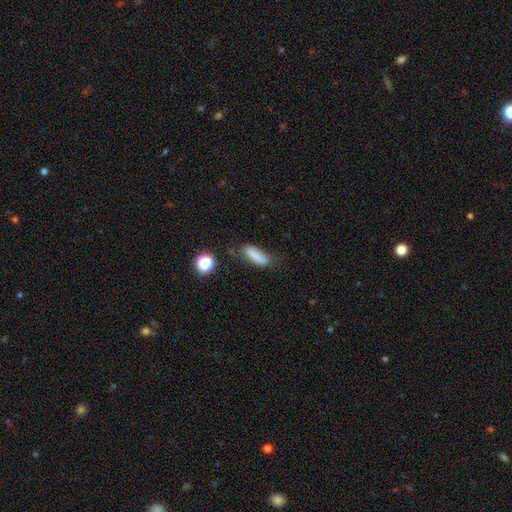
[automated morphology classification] Q: Smooth or featured?
A: smooth (76%); runner-up: featured or disk (14%)
Q: How rounded?
A: cigar-shaped (60%); runner-up: in between (37%)
Q: Merging?
A: none (57%); runner-up: minor disturbance (27%)